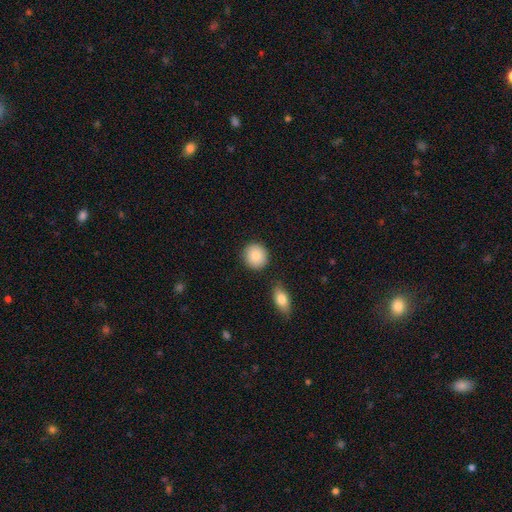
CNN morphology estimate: This is clearly a smooth galaxy (86%). How rounded: clearly round (88%). Merging: clearly none (87%).